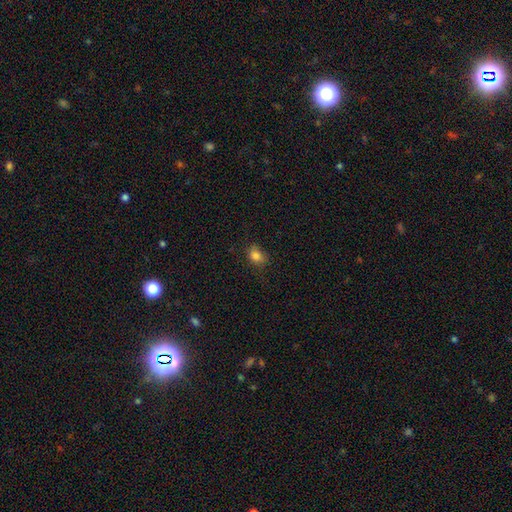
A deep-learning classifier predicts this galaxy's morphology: Smooth or featured: smooth — 83% (star or artifact — 11%)
How rounded: in between — 56% (round — 43%)
Merging: none — 70% (minor disturbance — 23%)